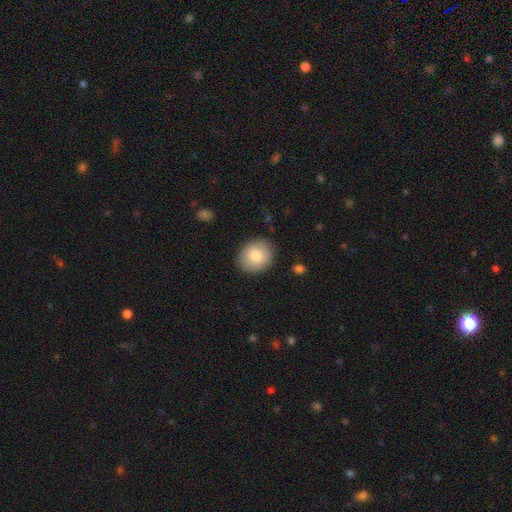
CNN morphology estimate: This appears to be a smooth galaxy with no disk features (81%) that is round (73%). Merging: none (87%).